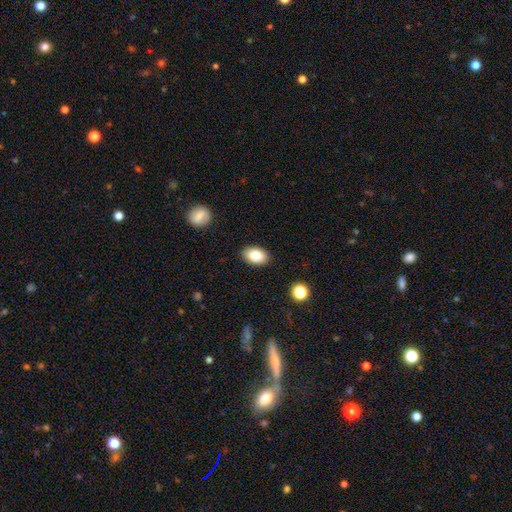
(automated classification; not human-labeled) Smooth or featured?
  - smooth: 83% *
  - featured or disk: 9%
  - star or artifact: 8%
How rounded?
  - in between: 87% *
  - round: 12%
  - cigar-shaped: 1%
Merging?
  - none: 88% *
  - minor disturbance: 9%
  - major disturbance: 2%
  - merger: 1%